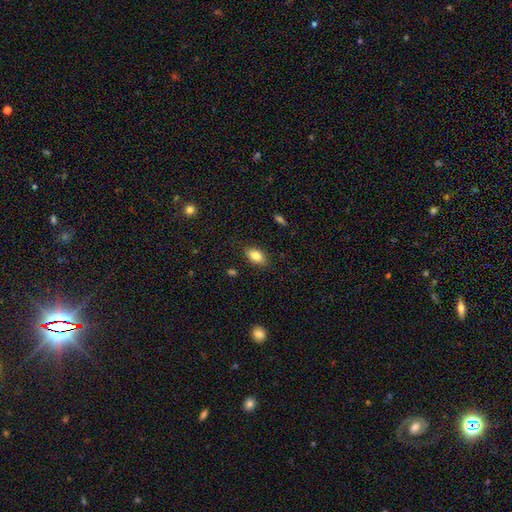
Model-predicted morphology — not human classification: Smooth or featured? smooth (83%)
How rounded? in between (89%)
Merging? none (83%)